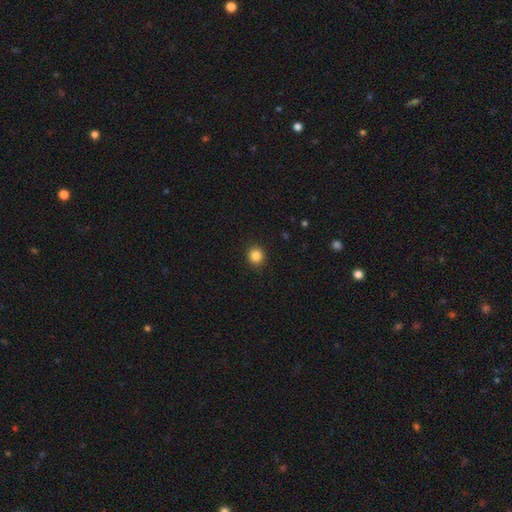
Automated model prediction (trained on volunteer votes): Smooth or featured: smooth — 86% (star or artifact — 10%)
How rounded: round — 88% (in between — 11%)
Merging: none — 91% (minor disturbance — 6%)